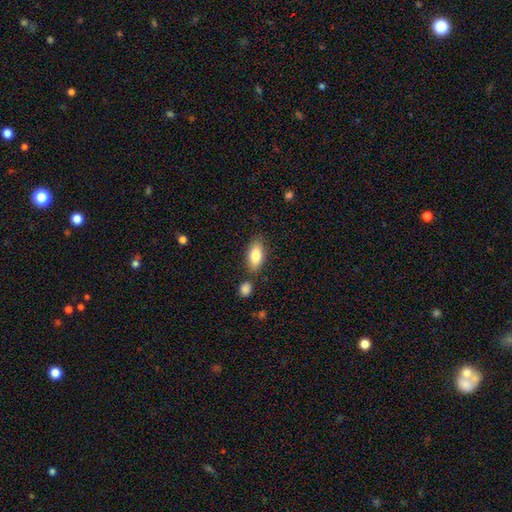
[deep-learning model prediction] The model was most divided on "merging": none: 76%, minor disturbance: 13%, merger: 8%, major disturbance: 3%. More confident: how rounded — in between (88%); smooth or featured — smooth (81%).